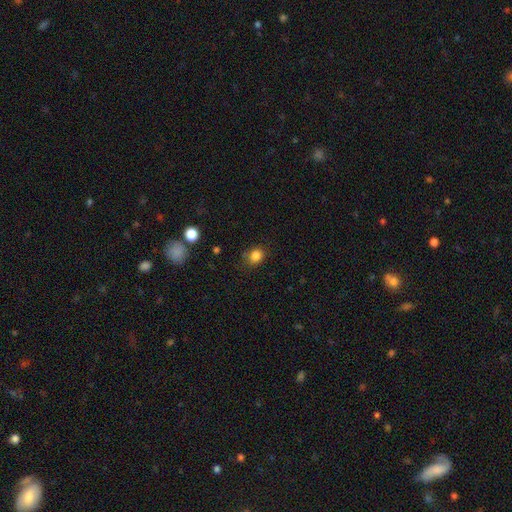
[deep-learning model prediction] A smooth galaxy with no disk features (83%) that is round (63%).

Vote fractions:
- Smooth or featured? smooth: 83% / star or artifact: 12% / featured or disk: 5%
- How rounded? round: 63% / in between: 36% / cigar-shaped: 1%
- Merging? none: 75% / minor disturbance: 17% / major disturbance: 4% / merger: 3%